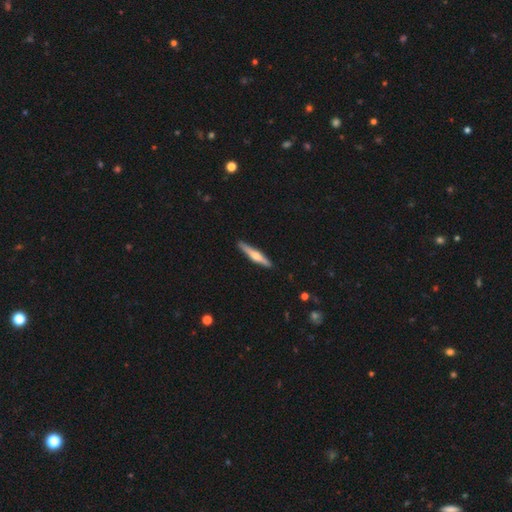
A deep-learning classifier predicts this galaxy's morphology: featured or disk 58%, smooth 37%, star or artifact 5%. Down the decision tree: edge-on disk — yes (97%); edge-on bulge — rounded (89%); merging — none (91%).